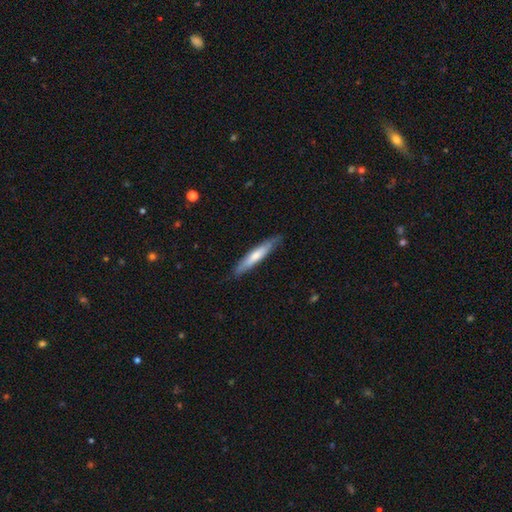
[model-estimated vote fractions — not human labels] A smooth galaxy with no disk features (60%) that is cigar-shaped (89%).

Vote fractions:
- Smooth or featured? smooth: 60% / featured or disk: 36% / star or artifact: 5%
- How rounded? cigar-shaped: 89% / in between: 9% / round: 1%
- Merging? none: 83% / minor disturbance: 14% / major disturbance: 2% / merger: 1%